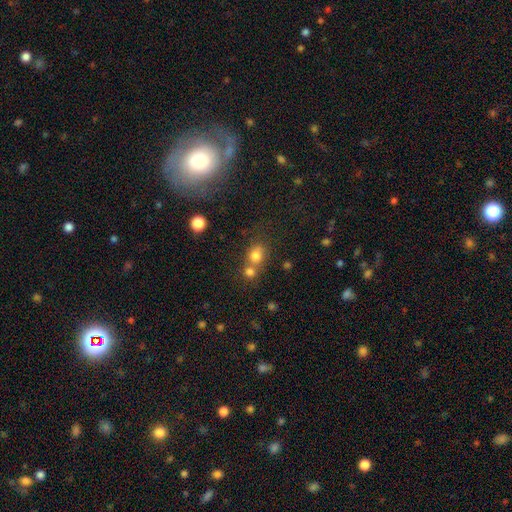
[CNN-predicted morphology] smooth-or-featured: smooth: 77% | star or artifact: 14% | featured or disk: 9%
  how-rounded: round: 68% | in between: 31% | cigar-shaped: 1%
  merging: none: 43% (tied) | merger: 43% (tied) | minor disturbance: 9% | major disturbance: 4%